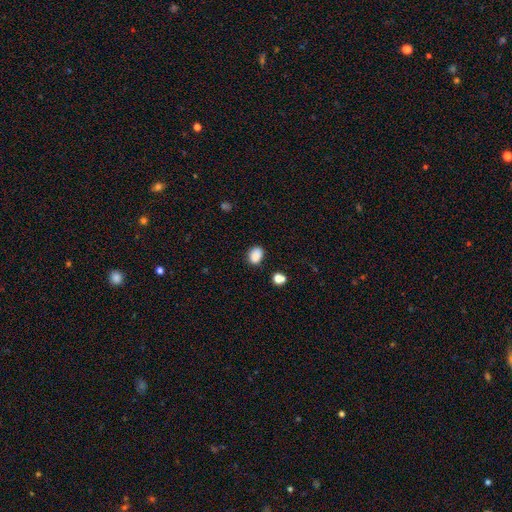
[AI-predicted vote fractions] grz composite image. It shows a smooth galaxy with no disk features (87%) that is in between round and cigar-shaped (69%). Merging: none (80%).